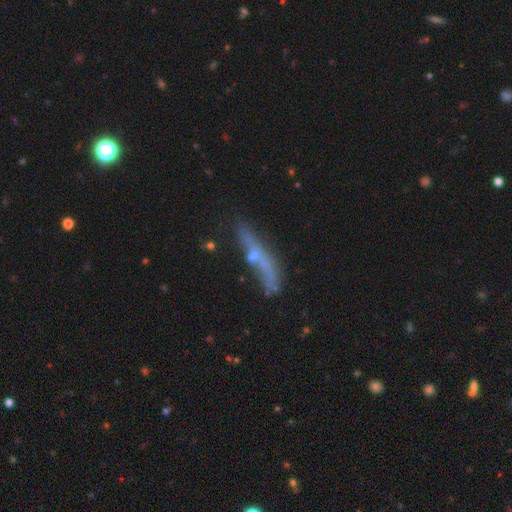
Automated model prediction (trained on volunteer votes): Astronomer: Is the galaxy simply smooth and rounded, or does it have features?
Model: featured or disk — 48% (runner-up: smooth, 39%).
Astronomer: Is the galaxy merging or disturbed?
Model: none — 52%.